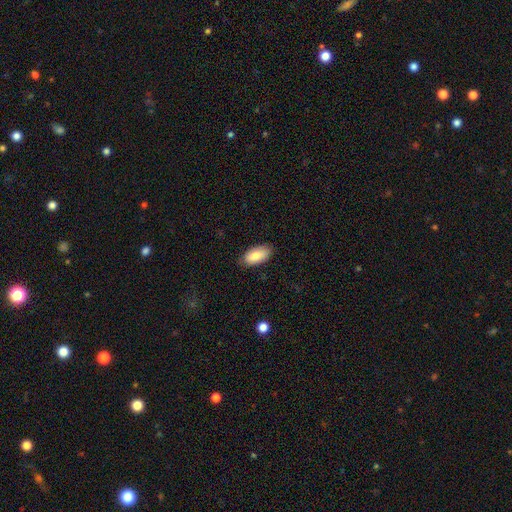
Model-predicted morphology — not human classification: smooth 82%, featured or disk 11%, star or artifact 6%. Down the decision tree: how rounded — in between (93%); merging — none (83%).